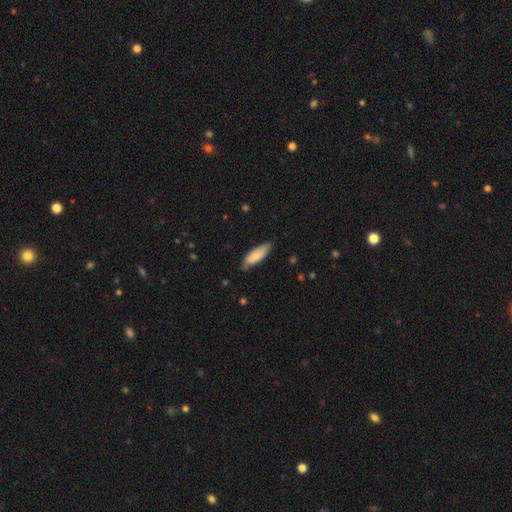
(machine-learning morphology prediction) A smooth galaxy with no disk features (84%) that is in between round and cigar-shaped (59%). Merging: none (70%).